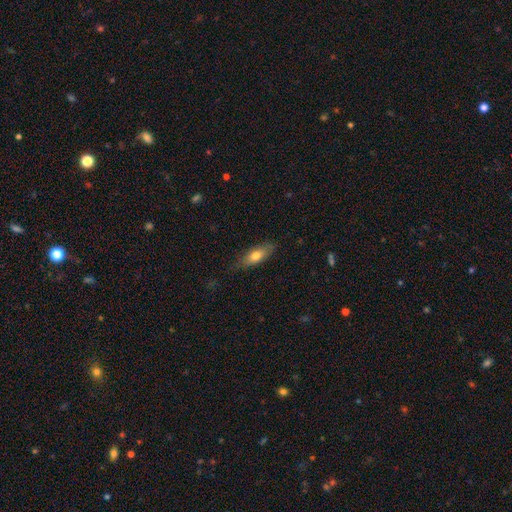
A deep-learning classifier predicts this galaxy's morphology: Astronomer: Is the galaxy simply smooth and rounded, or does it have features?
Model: smooth — 71%.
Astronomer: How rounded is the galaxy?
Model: in between — 68%.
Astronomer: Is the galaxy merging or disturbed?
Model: none — 74%.